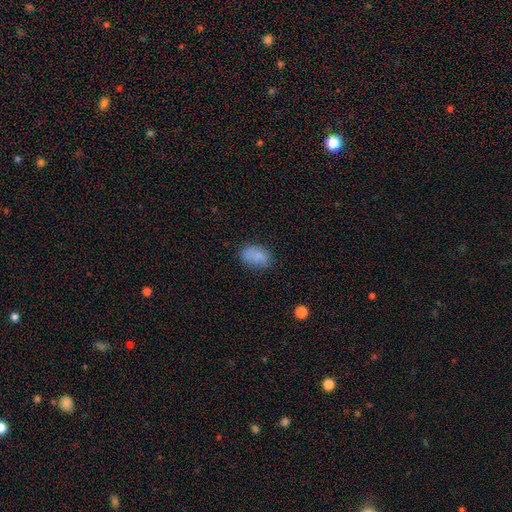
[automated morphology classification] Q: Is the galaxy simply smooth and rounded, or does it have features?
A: smooth — 81%.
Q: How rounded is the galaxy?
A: in between — 84%.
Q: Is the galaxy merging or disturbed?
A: none — 68%.